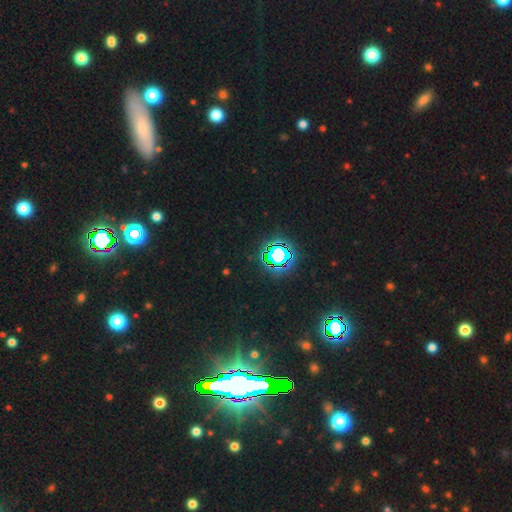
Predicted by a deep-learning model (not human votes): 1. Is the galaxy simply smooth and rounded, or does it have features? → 77% star or artifact, 13% smooth, 11% featured or disk.